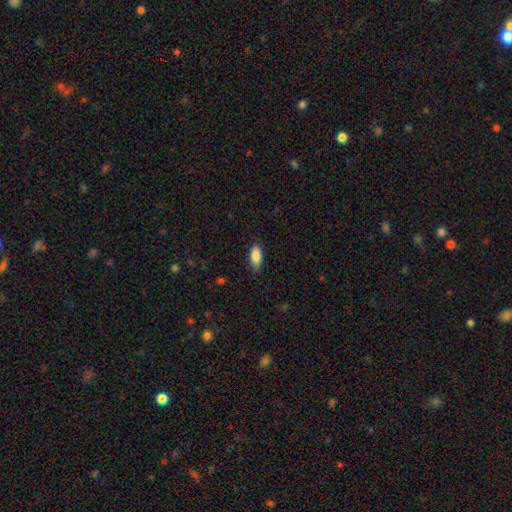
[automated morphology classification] Smooth or featured? smooth (86%)
How rounded? in between (87%)
Merging? none (82%)